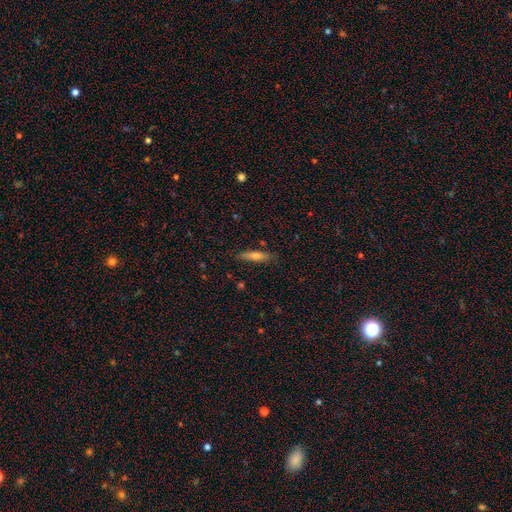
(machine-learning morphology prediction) type=smooth (58%); roundness=cigar-shaped (77%); merging=none (85%).